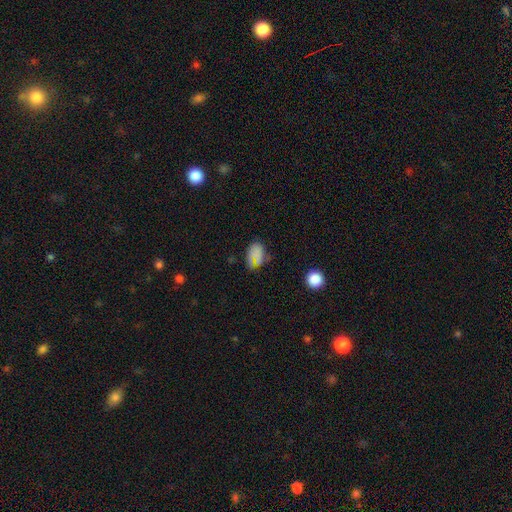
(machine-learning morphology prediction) smooth-or-featured: smooth: 61% | star or artifact: 24% | featured or disk: 14%
  how-rounded: in between: 74% | round: 23% | cigar-shaped: 3%
  merging: none: 60% | minor disturbance: 22% | major disturbance: 12% | merger: 6%